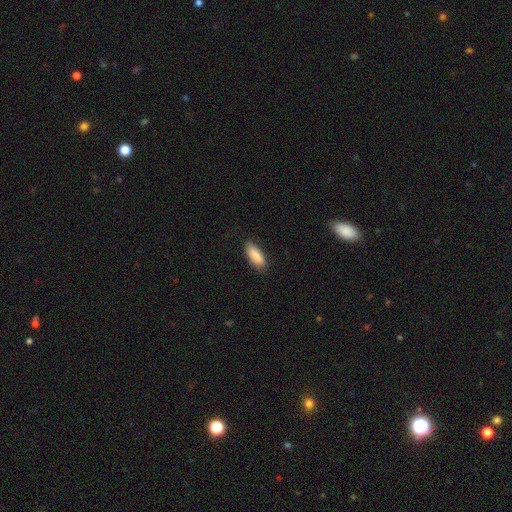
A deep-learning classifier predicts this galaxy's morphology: smooth 88%, star or artifact 6%, featured or disk 6%. Down the decision tree: how rounded — in between (72%); merging — none (82%).